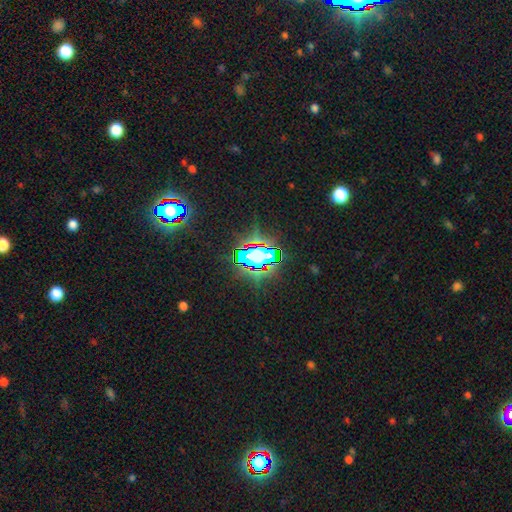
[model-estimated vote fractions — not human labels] Morphology: type=star or artifact (70%).